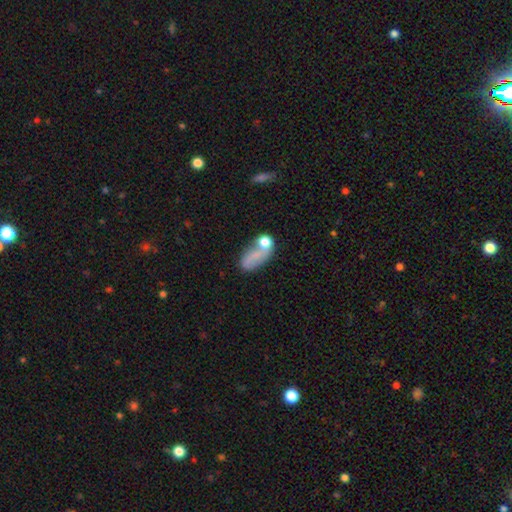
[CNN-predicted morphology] smooth_or_featured: smooth (p=0.63) [alt: featured or disk p=0.24]
how_rounded: in between (p=0.83) [alt: round p=0.11]
merging: none (p=0.34) [alt: merger p=0.25]